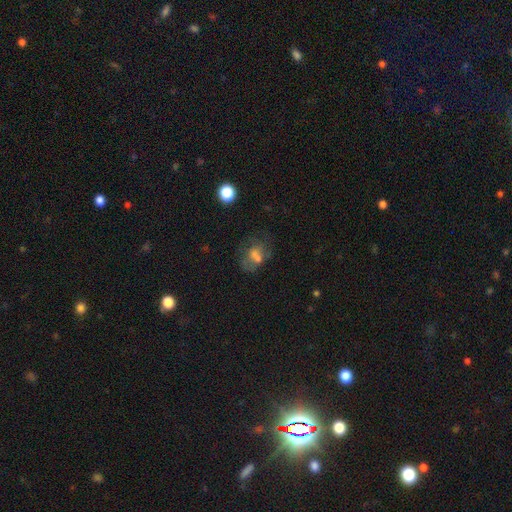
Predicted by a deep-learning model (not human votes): smooth_or_featured: smooth (p=0.48) [alt: featured or disk p=0.34]
merging: none (p=0.41) [alt: merger p=0.23]